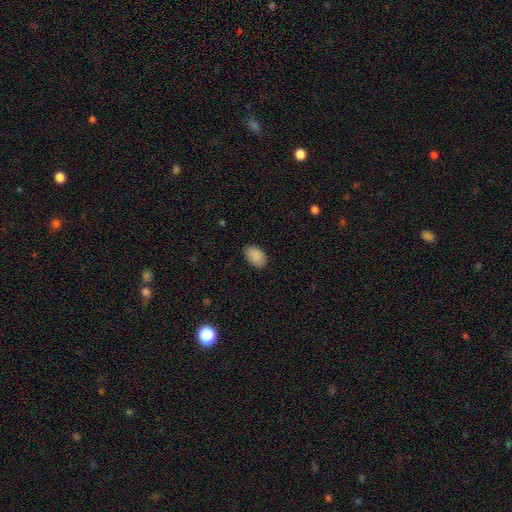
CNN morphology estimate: smooth 90%, star or artifact 7%, featured or disk 3%. Down the decision tree: how rounded — in between (90%); merging — none (86%).